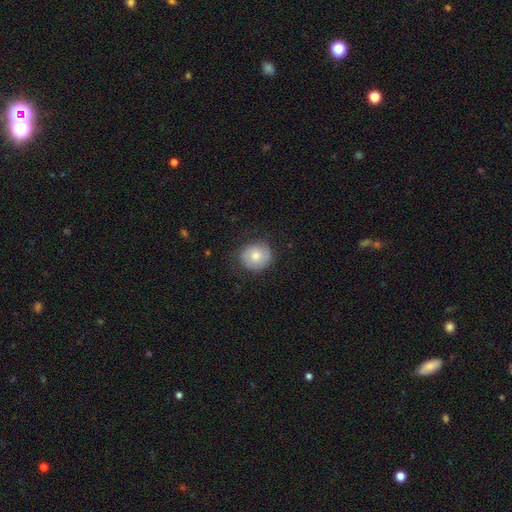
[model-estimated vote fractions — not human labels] A smooth galaxy with no disk features (72%) that is round (78%). Merging: none (76%).